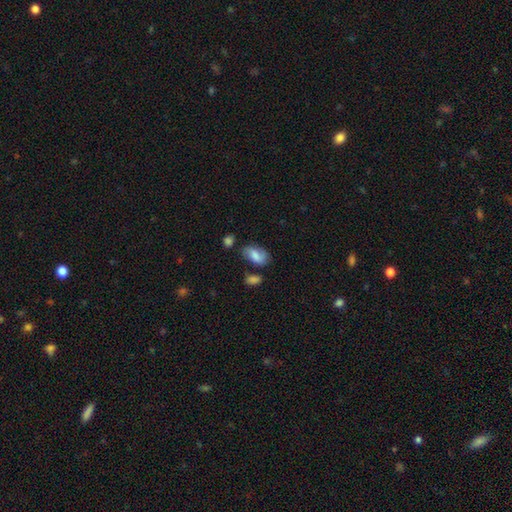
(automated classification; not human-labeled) A smooth galaxy with no disk features (66%) that is in between round and cigar-shaped (91%). Merging: none (60%).